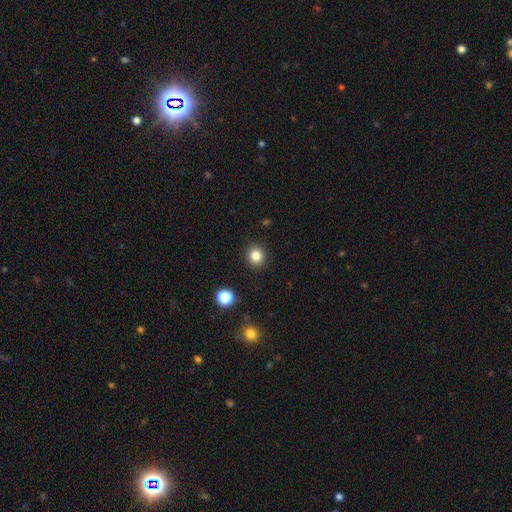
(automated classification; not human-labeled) Smooth or featured? Predicted: smooth (p=0.83). How rounded? Predicted: round (p=0.81). Merging? Predicted: none (p=0.91).